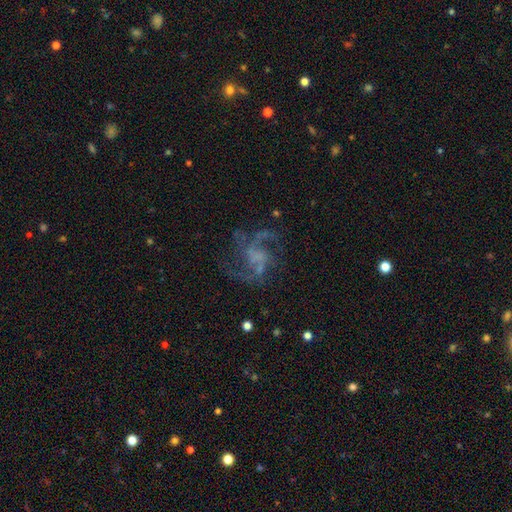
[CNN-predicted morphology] smooth_or_featured: featured or disk (p=0.79) [alt: star or artifact p=0.12]
disk_edge_on: no (p=0.98) [alt: yes p=0.02]
bar: no (p=0.54) [alt: weak p=0.35]
has_spiral_arms: yes (p=0.92) [alt: no p=0.08]
spiral_winding: loose (p=0.47) [alt: medium p=0.43]
spiral_arm_count: 2 (p=0.51) [alt: 3 p=0.20]
bulge_size: none (p=0.64) [alt: small p=0.19]
merging: none (p=0.61) [alt: major disturbance p=0.22]